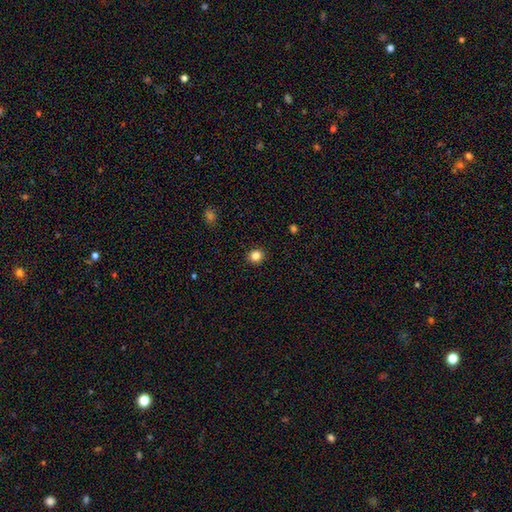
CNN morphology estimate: Smooth or featured? Predicted: smooth (p=0.84). How rounded? Predicted: round (p=0.86). Merging? Predicted: none (p=0.92).